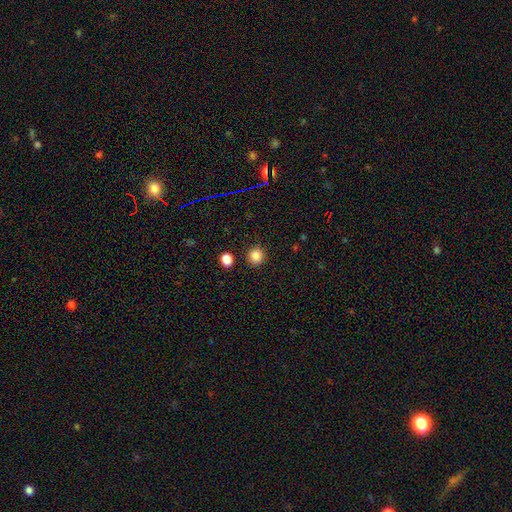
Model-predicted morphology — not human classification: smooth-or-featured: smooth: 85% | star or artifact: 12% | featured or disk: 3%
  how-rounded: round: 88% | in between: 11% | cigar-shaped: 1%
  merging: none: 89% | minor disturbance: 6% | merger: 3% | major disturbance: 2%